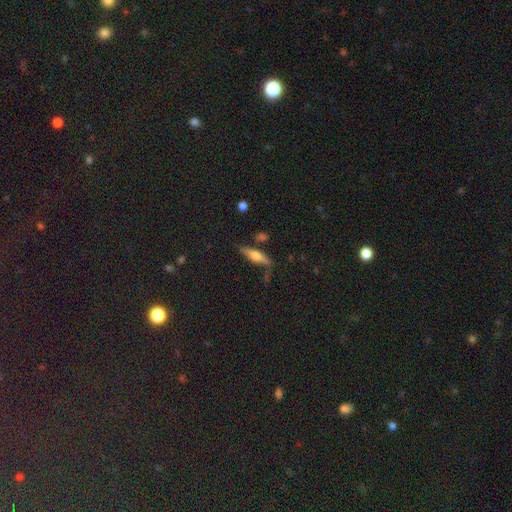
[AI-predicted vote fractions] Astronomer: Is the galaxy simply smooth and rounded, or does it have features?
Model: smooth — 46%, tied with featured or disk at 46%.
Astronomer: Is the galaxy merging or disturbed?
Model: none — 70%.